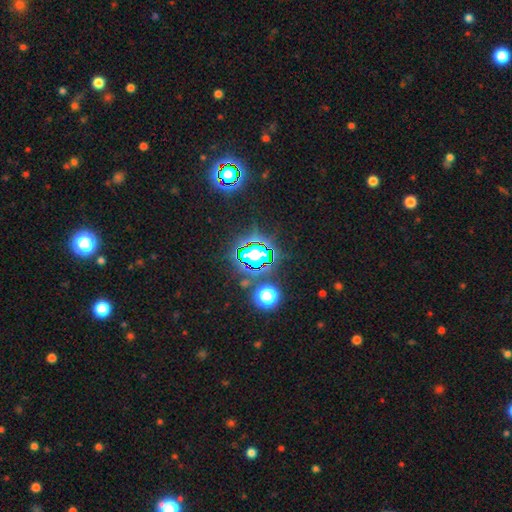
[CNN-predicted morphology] A star or artifact, not a galaxy (82%).